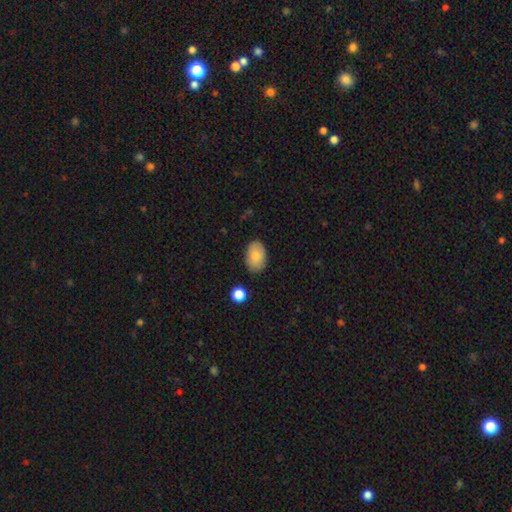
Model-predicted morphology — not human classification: A smooth galaxy with no disk features (83%) that is in between round and cigar-shaped (88%).

Vote fractions:
- Smooth or featured? smooth: 83% / featured or disk: 10% / star or artifact: 7%
- How rounded? in between: 88% / round: 11% / cigar-shaped: 1%
- Merging? none: 84% / minor disturbance: 12% / major disturbance: 3% / merger: 2%